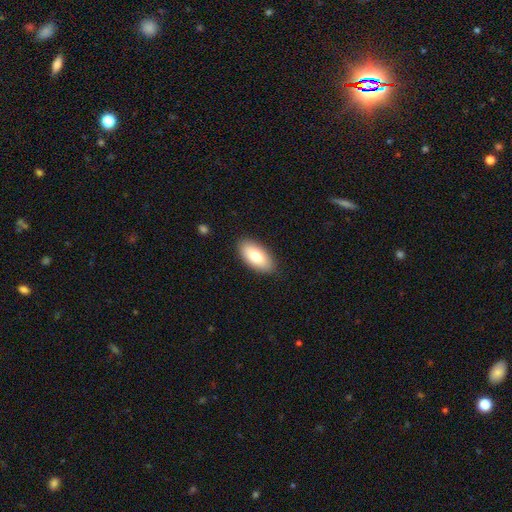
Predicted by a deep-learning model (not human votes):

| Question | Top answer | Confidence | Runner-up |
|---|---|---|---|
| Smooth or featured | smooth | 78% | featured or disk (16%) |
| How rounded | in between | 93% | cigar-shaped (5%) |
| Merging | none | 88% | minor disturbance (9%) |